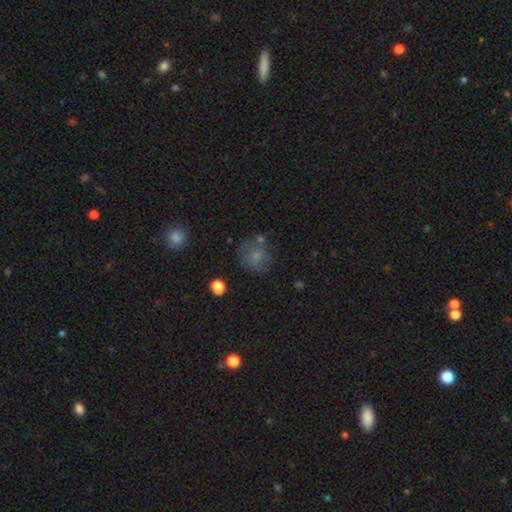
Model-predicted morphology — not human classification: Smooth or featured? Predicted: smooth (p=0.75). How rounded? Predicted: round (p=0.86). Merging? Predicted: none (p=0.68).